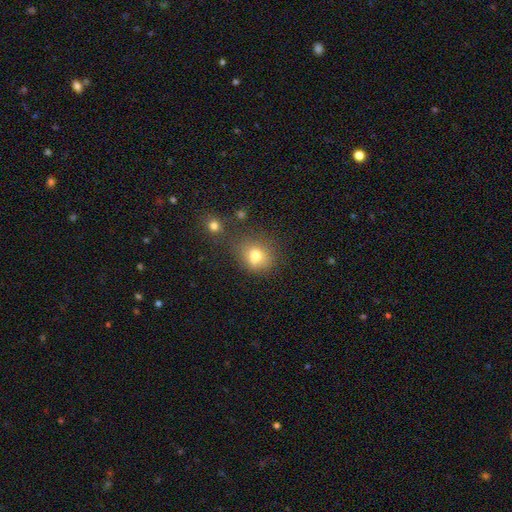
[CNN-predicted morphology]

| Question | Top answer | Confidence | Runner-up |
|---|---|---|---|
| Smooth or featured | smooth | 76% | star or artifact (13%) |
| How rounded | round | 62% | in between (36%) |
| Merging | none | 55% | minor disturbance (20%) |